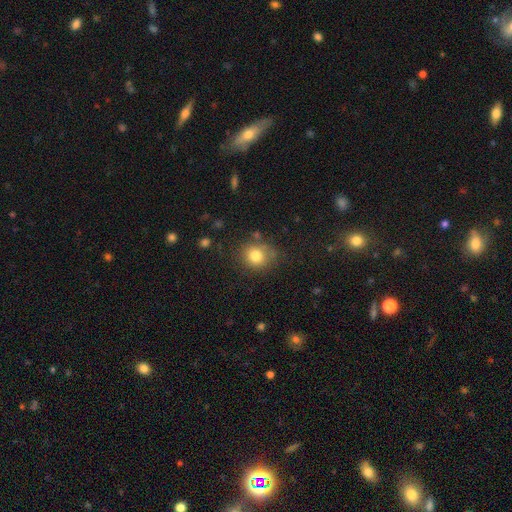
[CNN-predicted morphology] smooth-or-featured: smooth: 81% | star or artifact: 11% | featured or disk: 9%
  how-rounded: round: 74% | in between: 25% | cigar-shaped: 1%
  merging: none: 72% | minor disturbance: 18% | major disturbance: 6% | merger: 4%